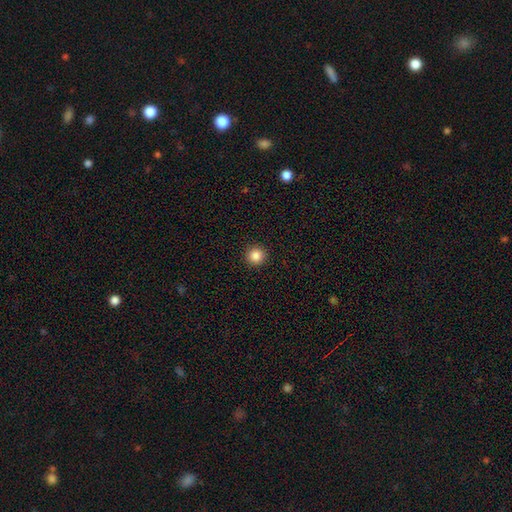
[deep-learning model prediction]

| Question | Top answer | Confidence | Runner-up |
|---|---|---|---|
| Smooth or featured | smooth | 86% | star or artifact (11%) |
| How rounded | round | 95% | in between (4%) |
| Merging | none | 93% | minor disturbance (4%) |